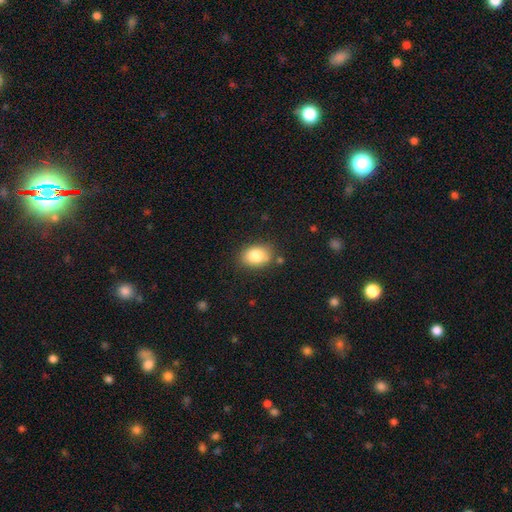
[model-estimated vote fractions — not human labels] smooth-or-featured: smooth: 82% | featured or disk: 9% | star or artifact: 9%
  how-rounded: in between: 73% | round: 26% | cigar-shaped: 1%
  merging: none: 80% | minor disturbance: 14% | merger: 3% | major disturbance: 3%